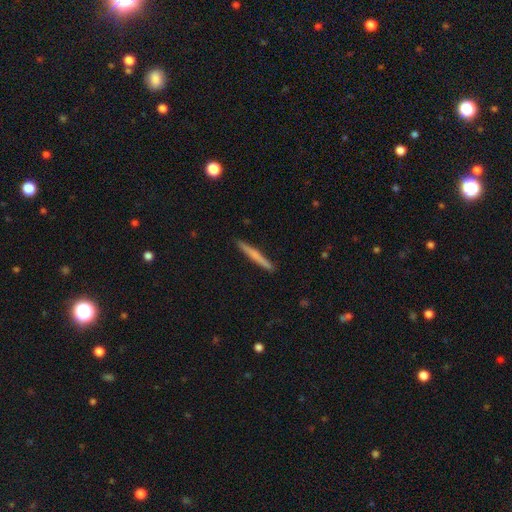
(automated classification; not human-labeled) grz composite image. It shows a smooth galaxy with no disk features (61%) that is cigar-shaped (97%). Merging: none (91%).